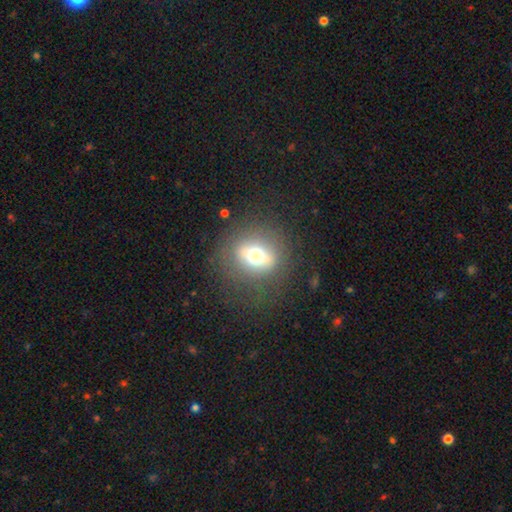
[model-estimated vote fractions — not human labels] smooth 54%, featured or disk 31%, star or artifact 14%. Down the decision tree: how rounded — round (74%); merging — none (79%).